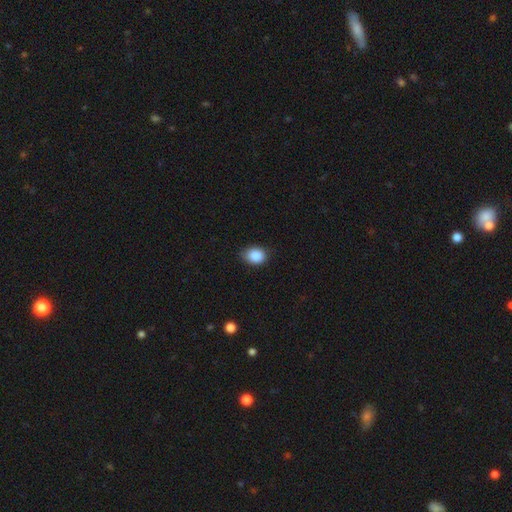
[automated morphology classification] Smooth or featured? smooth (87%)
How rounded? in between (53%)
Merging? none (74%)